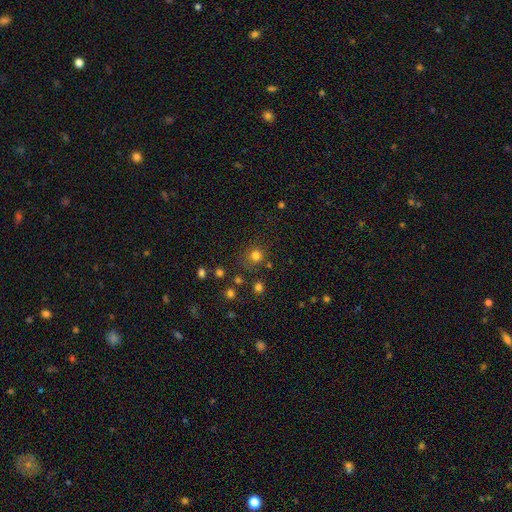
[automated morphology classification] Smooth or featured? Predicted: smooth (p=0.77). How rounded? Predicted: round (p=0.87). Merging? Predicted: none (p=0.75).